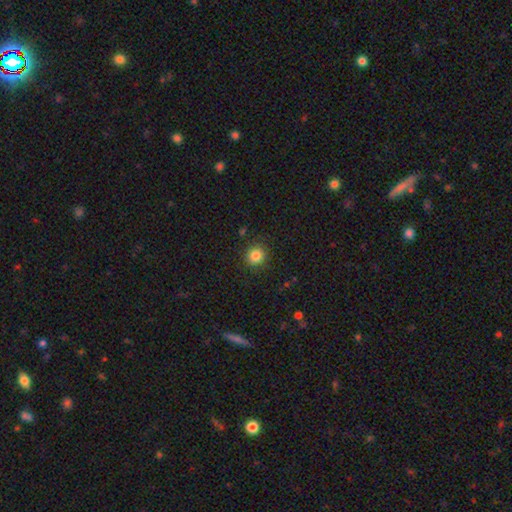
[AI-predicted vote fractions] This appears to be a smooth galaxy with no disk features (84%) that is round (91%). Merging: none (90%).